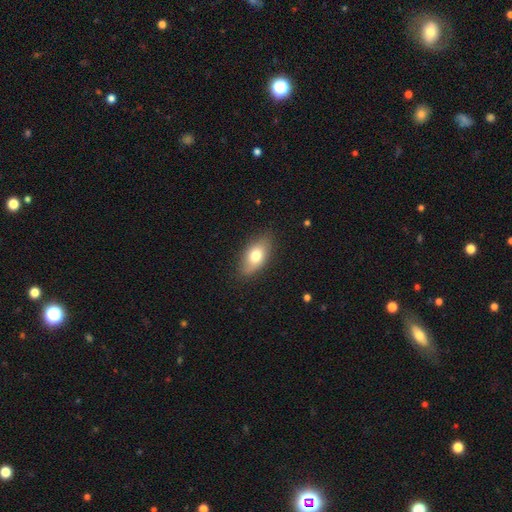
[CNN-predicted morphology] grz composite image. It shows a smooth galaxy with no disk features (73%) that is in between round and cigar-shaped (88%). Merging: none (81%).